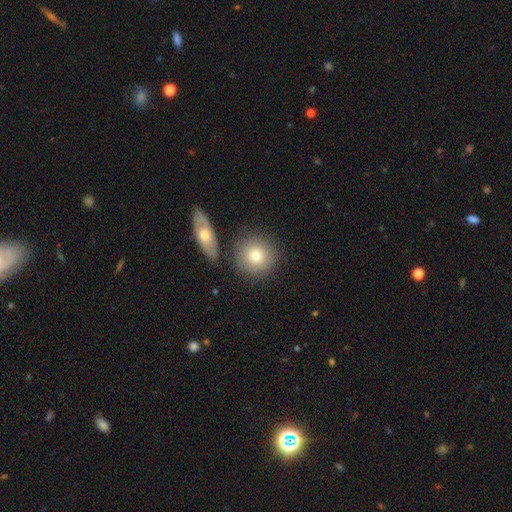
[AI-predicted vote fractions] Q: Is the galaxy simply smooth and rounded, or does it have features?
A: smooth — 77%.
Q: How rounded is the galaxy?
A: round — 89%.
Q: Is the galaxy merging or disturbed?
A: none — 77%.